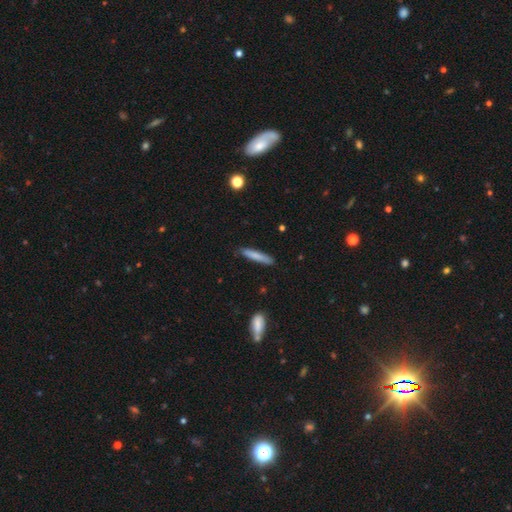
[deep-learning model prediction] Smooth or featured: smooth — 79% (featured or disk — 16%)
How rounded: cigar-shaped — 92% (in between — 7%)
Merging: none — 85% (minor disturbance — 11%)